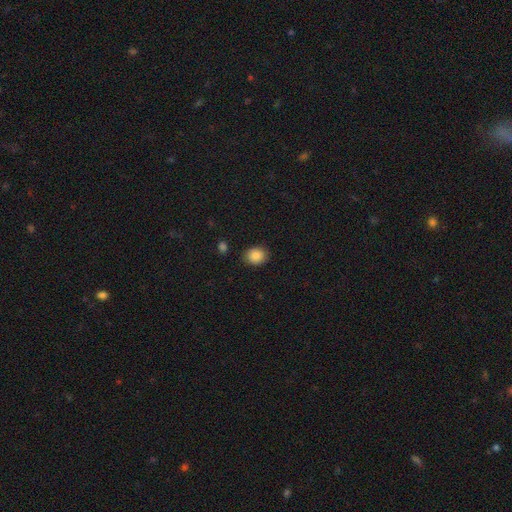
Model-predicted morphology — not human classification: smooth 87%, star or artifact 9%, featured or disk 4%. Down the decision tree: how rounded — round (56%); merging — none (85%).